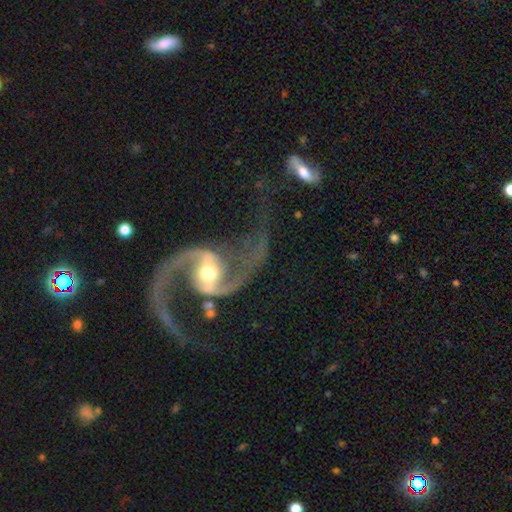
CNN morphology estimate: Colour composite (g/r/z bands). It shows a featured or disk galaxy (94%) with no bar (37%), 2 (94%) loose (51%) spiral arms (98%) and a moderate central bulge (61%). Merging: none (64%).